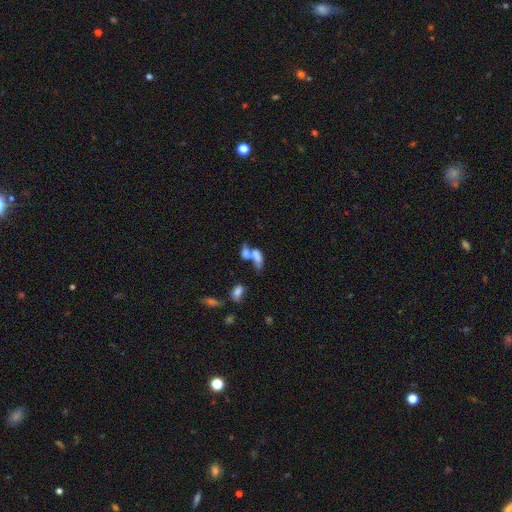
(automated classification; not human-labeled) Smooth or featured? smooth (59%)
How rounded? in between (76%)
Merging? merger (65%)